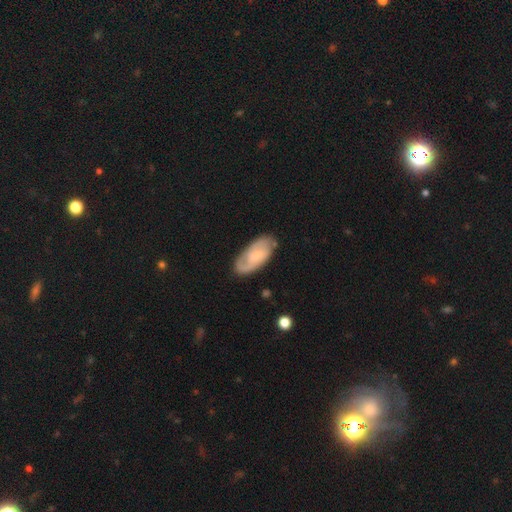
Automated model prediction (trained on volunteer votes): Smooth or featured? featured or disk (64%)
Edge-on disk? no (93%)
Bar? no (56%)
Spiral arms? yes (89%)
Spiral winding? tight (42%, tied with medium)
Spiral arm count? 2 (59%)
Bulge size? small (56%)
Merging? none (76%)